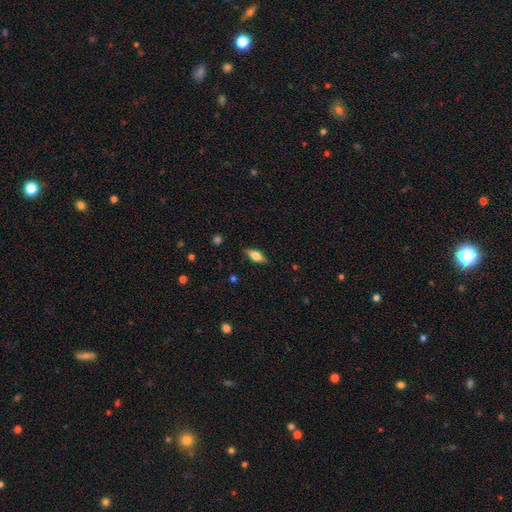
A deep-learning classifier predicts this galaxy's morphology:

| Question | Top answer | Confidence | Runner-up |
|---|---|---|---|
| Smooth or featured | smooth | 58% | featured or disk (34%) |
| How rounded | in between | 74% | cigar-shaped (22%) |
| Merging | none | 85% | minor disturbance (12%) |